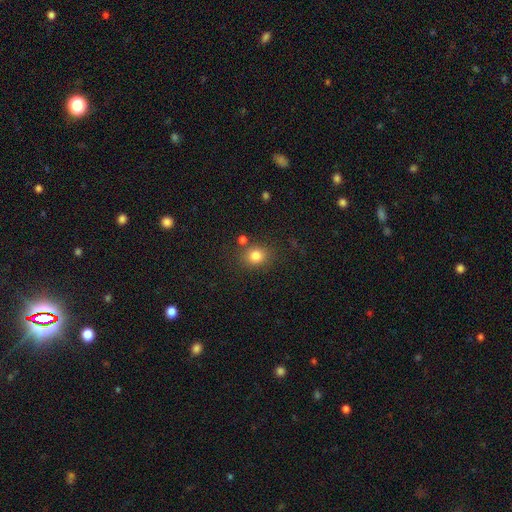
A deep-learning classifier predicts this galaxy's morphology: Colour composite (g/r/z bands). It shows a smooth galaxy with no disk features (81%) that is round (69%). Merging: none (77%).